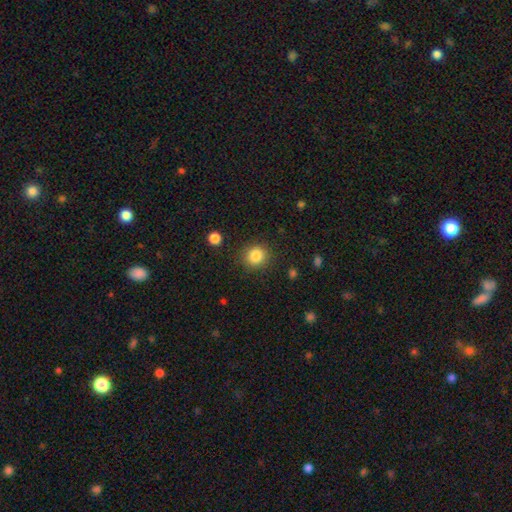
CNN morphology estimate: smooth 85%, star or artifact 10%, featured or disk 5%. Down the decision tree: how rounded — round (88%); merging — none (88%).